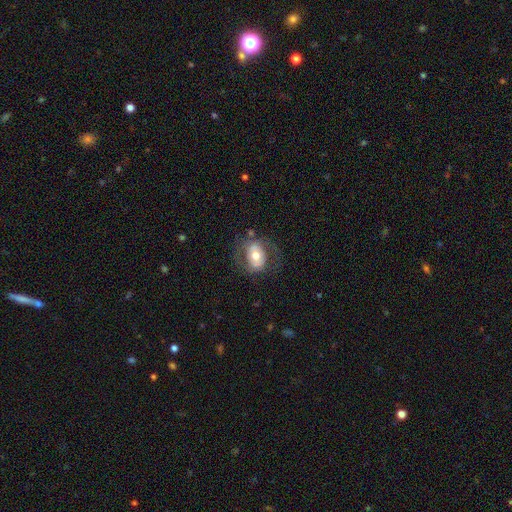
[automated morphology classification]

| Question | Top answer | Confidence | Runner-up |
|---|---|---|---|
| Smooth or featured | featured or disk | 49% | smooth (43%) |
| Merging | none | 62% | minor disturbance (19%) |